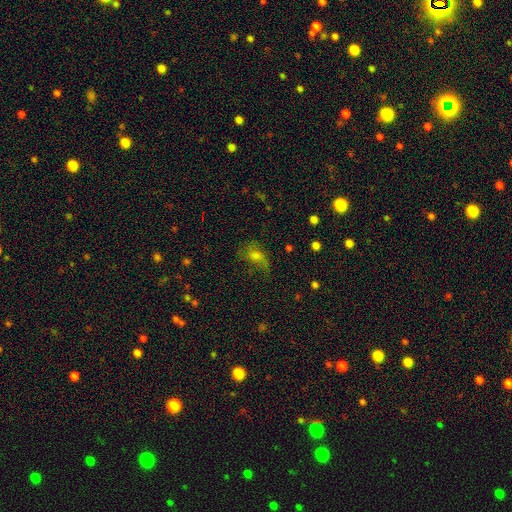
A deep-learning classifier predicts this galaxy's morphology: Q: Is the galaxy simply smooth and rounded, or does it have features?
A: smooth — 49%.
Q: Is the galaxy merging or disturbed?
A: none — 44%.